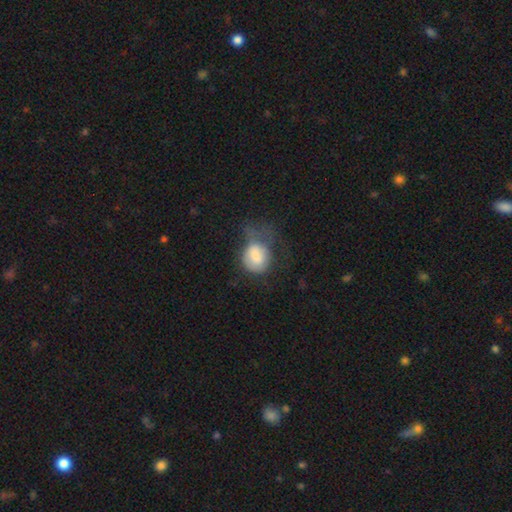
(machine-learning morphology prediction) Smooth or featured: smooth — 73% (featured or disk — 19%)
How rounded: round — 60% (in between — 39%)
Merging: major disturbance — 46% (minor disturbance — 28%)